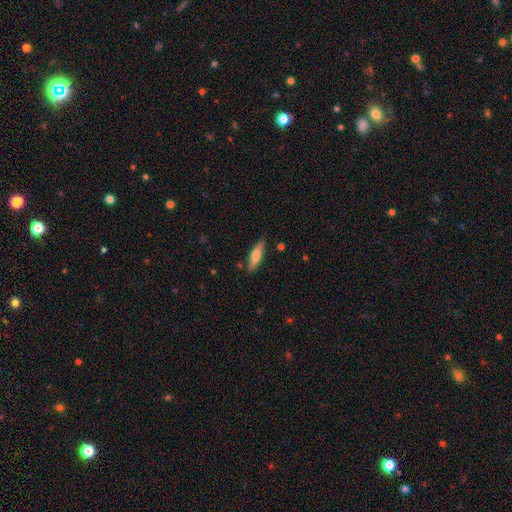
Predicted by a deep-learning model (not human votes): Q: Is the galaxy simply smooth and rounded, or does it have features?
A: smooth — 59%.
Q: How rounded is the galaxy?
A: cigar-shaped — 61%.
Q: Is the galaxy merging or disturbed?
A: none — 83%.